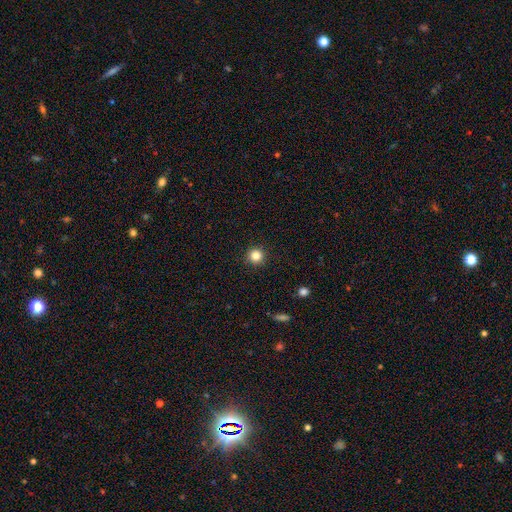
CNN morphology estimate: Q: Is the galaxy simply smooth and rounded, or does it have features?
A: smooth — 84%.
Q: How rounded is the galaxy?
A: round — 95%.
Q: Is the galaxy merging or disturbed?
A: none — 92%.